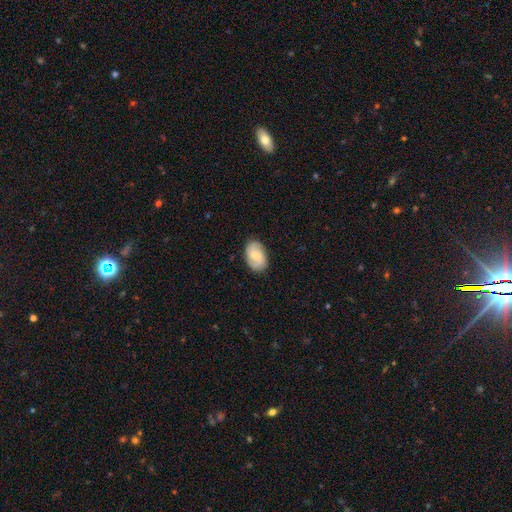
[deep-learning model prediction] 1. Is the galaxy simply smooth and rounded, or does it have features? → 50% smooth, 44% featured or disk, 7% star or artifact.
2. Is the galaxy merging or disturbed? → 83% none, 13% minor disturbance, 3% major disturbance, 1% merger.